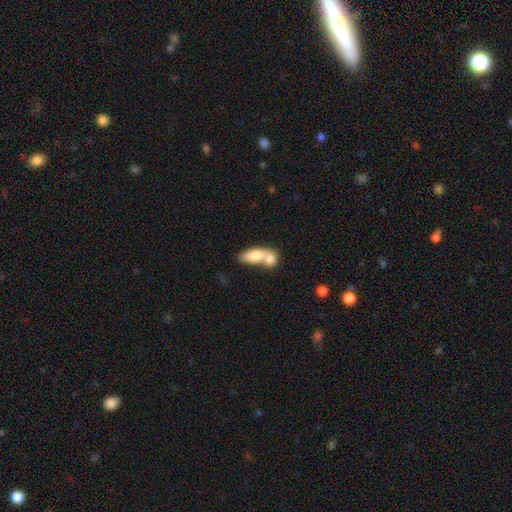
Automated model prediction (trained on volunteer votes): A smooth galaxy with no disk features (76%) that is in between round and cigar-shaped (74%). Merging: merger (65%).